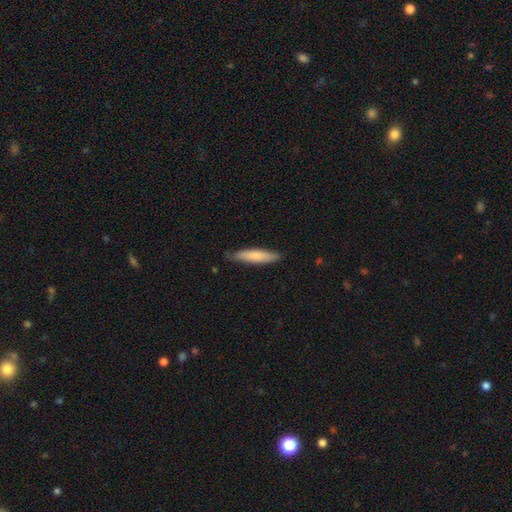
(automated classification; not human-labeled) Overall: smooth (77%). How rounded: cigar-shaped (83%). Merging: none (82%).